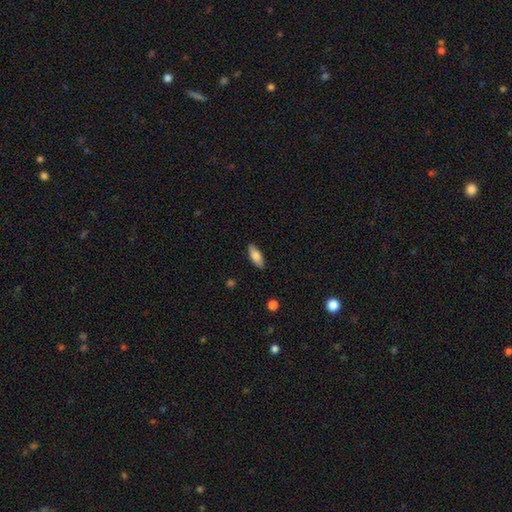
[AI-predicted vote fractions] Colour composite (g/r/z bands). It shows a smooth galaxy with no disk features (78%) that is in between round and cigar-shaped (73%). Merging: none (86%).